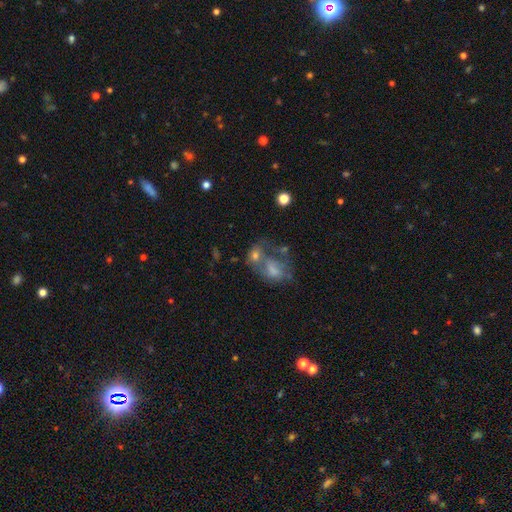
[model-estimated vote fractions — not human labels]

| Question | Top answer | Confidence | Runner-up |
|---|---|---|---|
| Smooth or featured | smooth | 45% | featured or disk (41%) |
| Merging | merger | 45% | none (21%) |